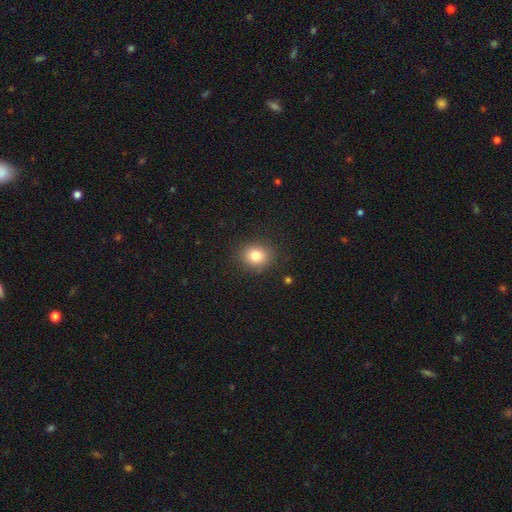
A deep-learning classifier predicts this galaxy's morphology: Smooth or featured? Predicted: smooth (p=0.80). How rounded? Predicted: round (p=0.74). Merging? Predicted: none (p=0.88).